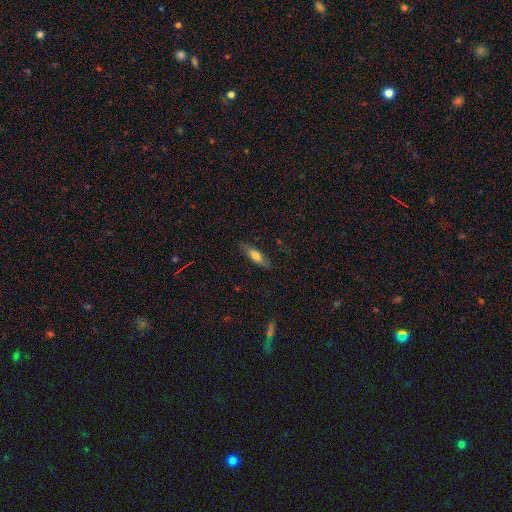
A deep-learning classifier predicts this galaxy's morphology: smooth_or_featured: smooth (p=0.62) [alt: featured or disk p=0.31]
how_rounded: cigar-shaped (p=0.54) [alt: in between p=0.43]
merging: none (p=0.80) [alt: minor disturbance p=0.15]